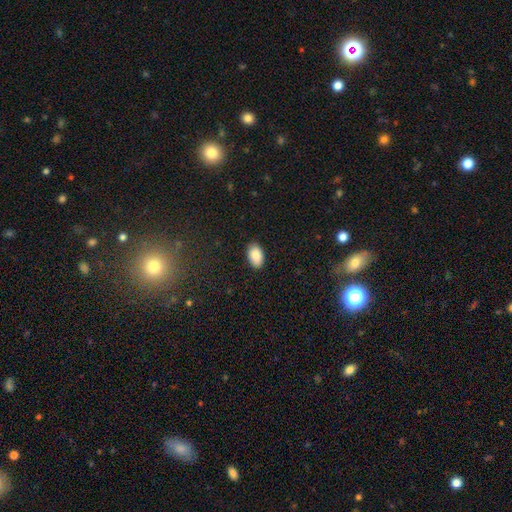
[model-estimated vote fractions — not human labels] Morphology: type=smooth (88%); roundness=in between (93%); merging=none (88%).